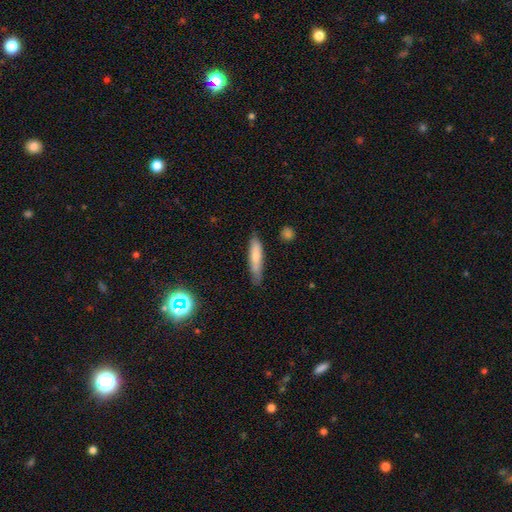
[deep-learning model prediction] smooth 75%, featured or disk 19%, star or artifact 6%. Down the decision tree: how rounded — cigar-shaped (82%); merging — none (75%).